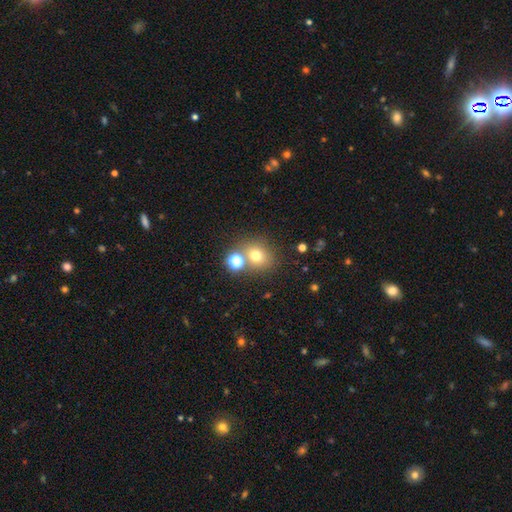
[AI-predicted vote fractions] This is likely a smooth galaxy (70%). How rounded: likely round (76%). Merging: likely none (67%).